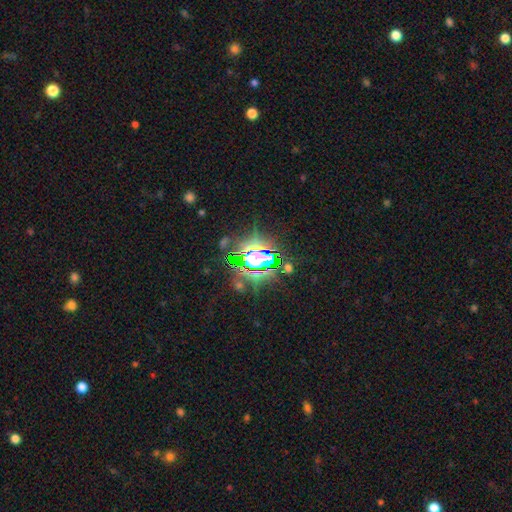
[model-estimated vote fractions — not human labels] star or artifact 81%, smooth 11%, featured or disk 9%.